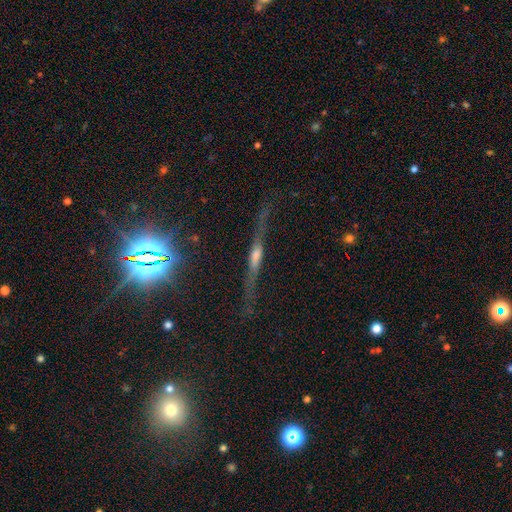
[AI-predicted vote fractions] Smooth or featured? featured or disk (70%)
Edge-on disk? yes (92%)
Edge-on bulge? rounded (77%)
Merging? none (77%)